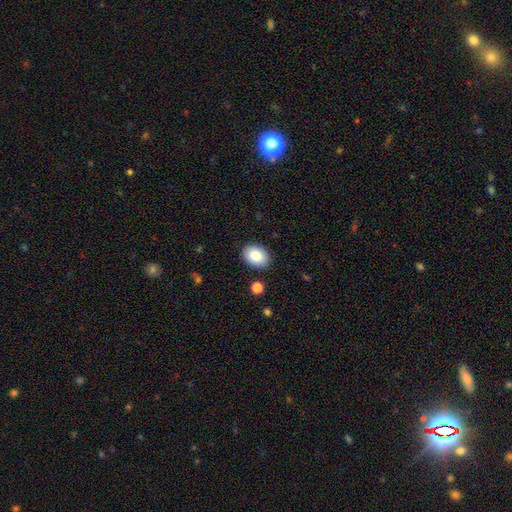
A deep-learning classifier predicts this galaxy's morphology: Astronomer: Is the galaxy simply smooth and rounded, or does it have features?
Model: smooth — 87%.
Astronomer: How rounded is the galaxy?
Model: in between — 79%.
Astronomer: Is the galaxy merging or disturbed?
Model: none — 87%.